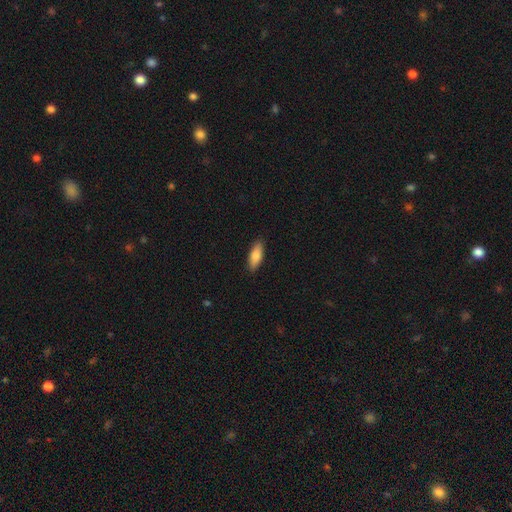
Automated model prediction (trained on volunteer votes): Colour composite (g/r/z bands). It shows a smooth galaxy with no disk features (84%) that is in between round and cigar-shaped (66%). Merging: none (88%).